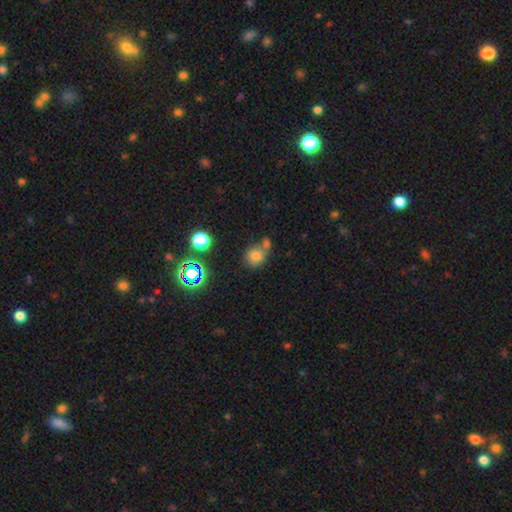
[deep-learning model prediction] Smooth or featured? Predicted: smooth (p=0.72). How rounded? Predicted: round (p=0.77). Merging? Predicted: none (p=0.48).